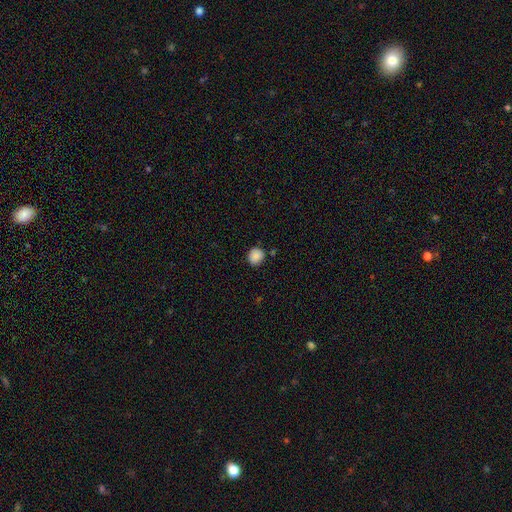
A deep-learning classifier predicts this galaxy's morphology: The model was most divided on "merging": none: 81%, minor disturbance: 12%, merger: 4%, major disturbance: 3%. More confident: smooth or featured — smooth (87%); how rounded — round (85%).